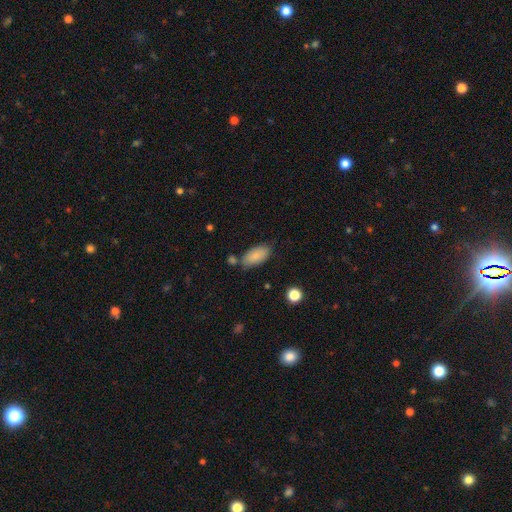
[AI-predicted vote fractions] Overall: smooth (85%). How rounded: in between (92%). Merging: none (71%).